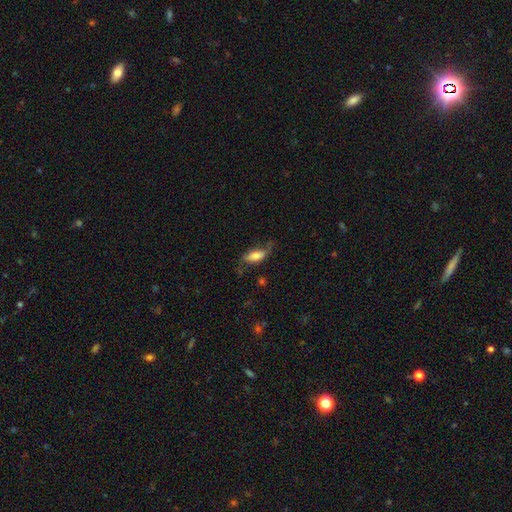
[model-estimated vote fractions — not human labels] Smooth or featured: smooth — 64% (featured or disk — 29%)
How rounded: in between — 82% (cigar-shaped — 15%)
Merging: none — 53% (minor disturbance — 29%)